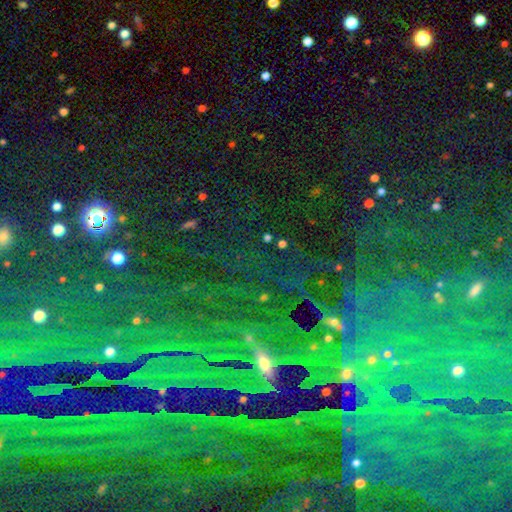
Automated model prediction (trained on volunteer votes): Morphology: type=star or artifact (60%).